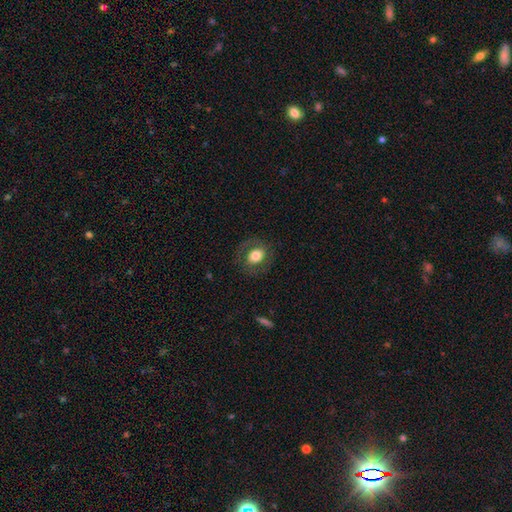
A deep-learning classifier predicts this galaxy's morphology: smooth_or_featured: smooth (p=0.63) [alt: featured or disk p=0.29]
how_rounded: in between (p=0.51) [alt: round p=0.48]
merging: none (p=0.77) [alt: minor disturbance p=0.13]